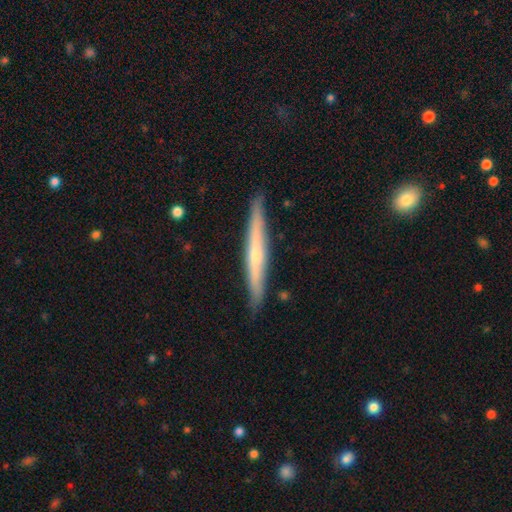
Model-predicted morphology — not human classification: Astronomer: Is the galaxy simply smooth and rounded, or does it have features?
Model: featured or disk — 55% (runner-up: smooth, 40%).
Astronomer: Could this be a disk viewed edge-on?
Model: yes — 95%.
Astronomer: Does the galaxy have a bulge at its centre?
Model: rounded — 50% (runner-up: none, 44%).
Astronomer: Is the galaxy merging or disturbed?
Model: none — 88%.